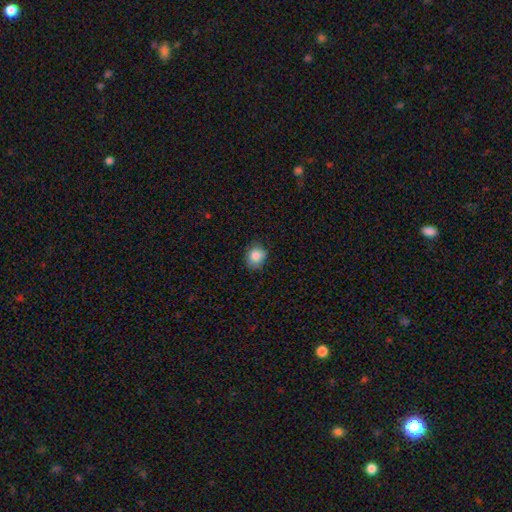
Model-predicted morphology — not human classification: Q: Smooth or featured?
A: smooth (86%); runner-up: star or artifact (9%)
Q: How rounded?
A: round (68%); runner-up: in between (31%)
Q: Merging?
A: none (75%); runner-up: minor disturbance (20%)